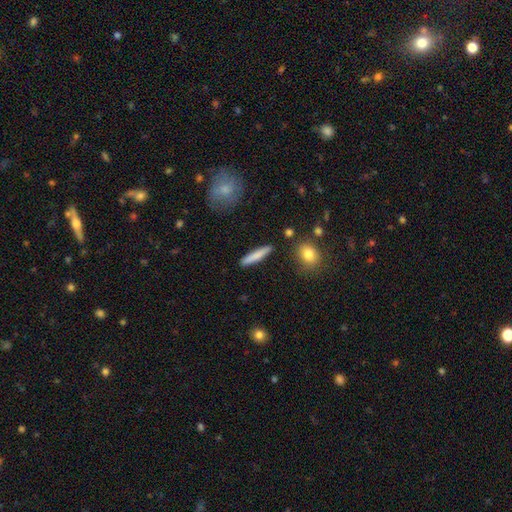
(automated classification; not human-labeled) Smooth or featured?
  - smooth: 77% *
  - featured or disk: 17%
  - star or artifact: 6%
How rounded?
  - cigar-shaped: 91% *
  - in between: 7%
  - round: 2%
Merging?
  - none: 89% *
  - minor disturbance: 7%
  - merger: 2%
  - major disturbance: 2%